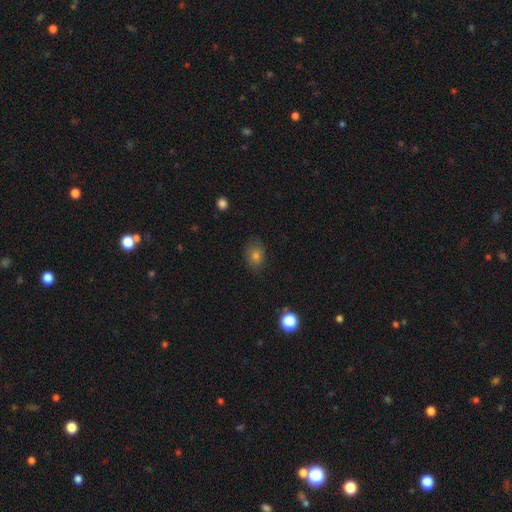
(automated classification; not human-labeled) Smooth or featured: smooth — 75% (star or artifact — 16%)
How rounded: in between — 58% (round — 40%)
Merging: none — 82% (minor disturbance — 13%)